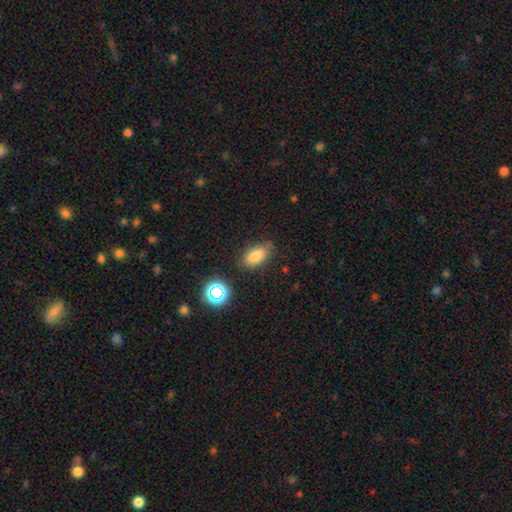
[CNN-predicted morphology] Smooth or featured?
  - smooth: 79% *
  - star or artifact: 13%
  - featured or disk: 8%
How rounded?
  - in between: 88% *
  - round: 8%
  - cigar-shaped: 4%
Merging?
  - none: 78% *
  - minor disturbance: 15%
  - major disturbance: 4%
  - merger: 3%